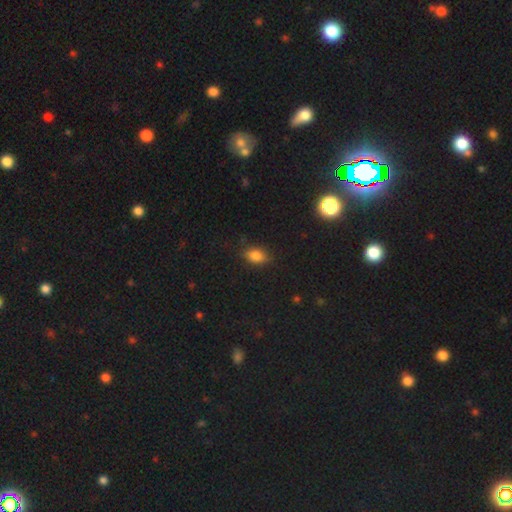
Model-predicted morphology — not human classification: This is clearly a smooth galaxy (83%). How rounded: clearly in between (82%). Merging: clearly none (81%).